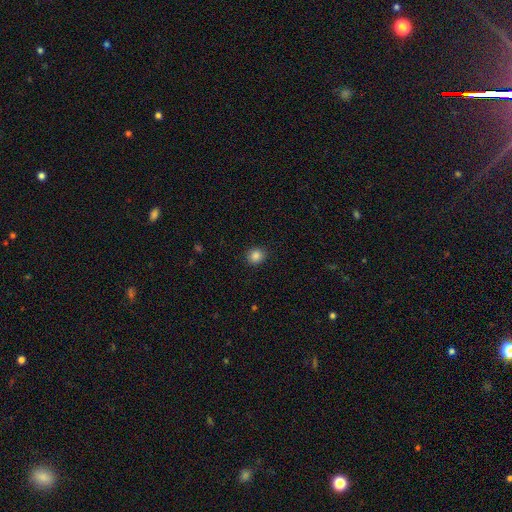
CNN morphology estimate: This is clearly a smooth galaxy (85%). How rounded: clearly round (84%). Merging: clearly none (91%).